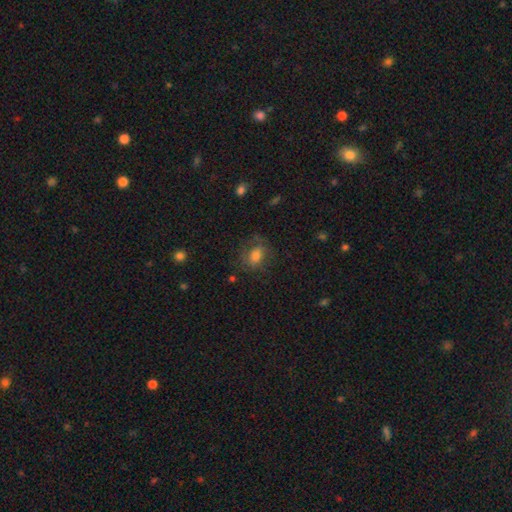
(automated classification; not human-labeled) smooth 64%, featured or disk 25%, star or artifact 11%. Down the decision tree: how rounded — in between (62%); merging — none (62%).